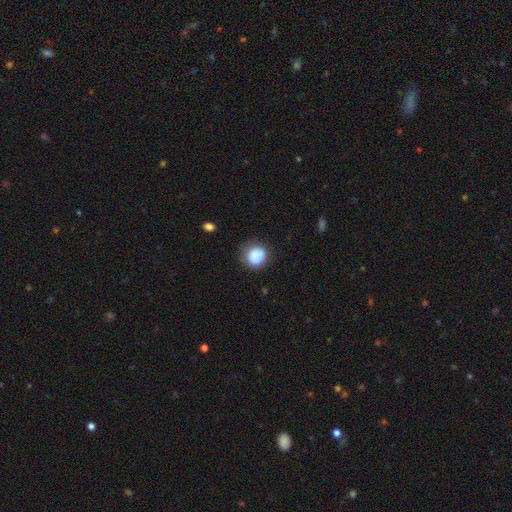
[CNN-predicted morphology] smooth_or_featured: smooth (p=0.84) [alt: star or artifact p=0.08]
how_rounded: round (p=0.84) [alt: in between p=0.15]
merging: none (p=0.66) [alt: minor disturbance p=0.23]